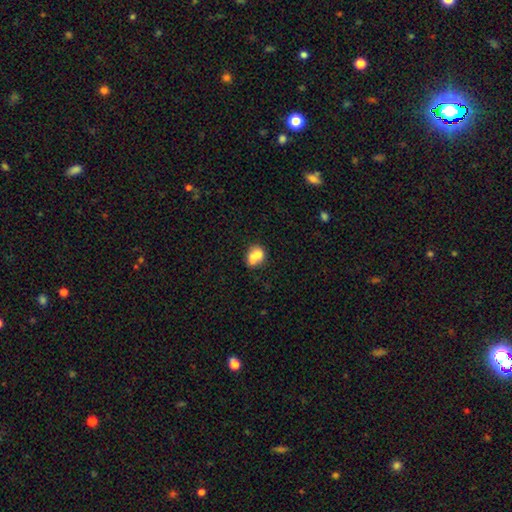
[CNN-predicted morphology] A smooth galaxy with no disk features (66%) that is round (56%). Merging: merger (52%).